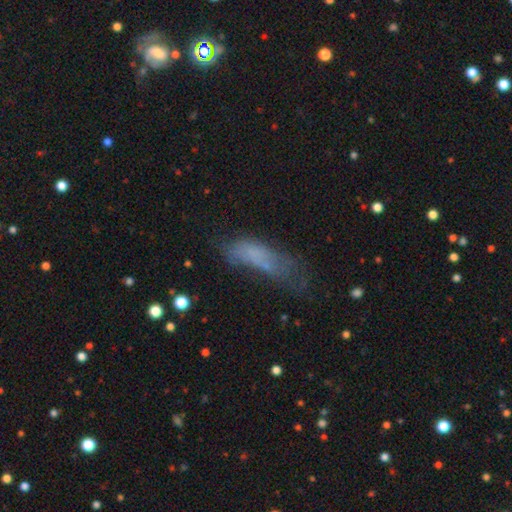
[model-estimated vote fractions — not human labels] Smooth or featured? smooth (60%)
How rounded? in between (52%)
Merging? major disturbance (36%)